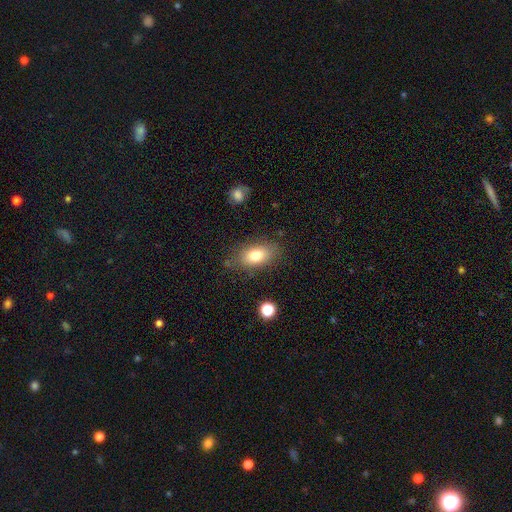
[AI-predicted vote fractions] Smooth or featured? smooth (79%)
How rounded? in between (88%)
Merging? none (79%)